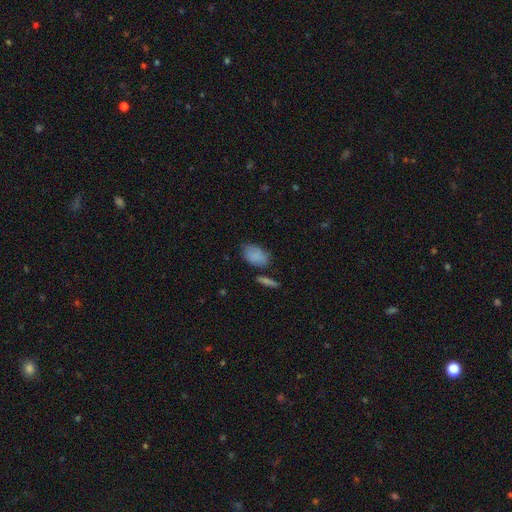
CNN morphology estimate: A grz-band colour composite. It shows a smooth galaxy with no disk features (84%) that is in between round and cigar-shaped (88%). Merging: none (62%).